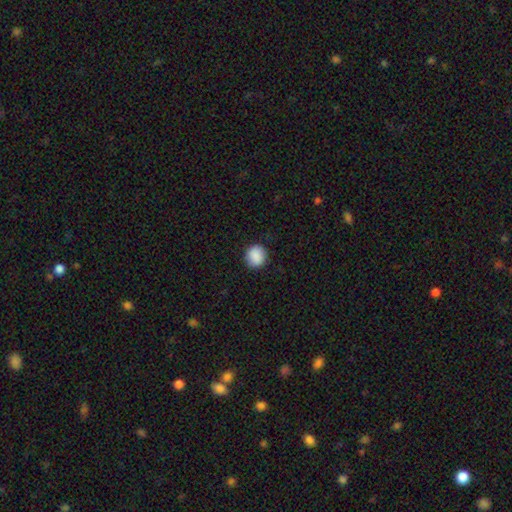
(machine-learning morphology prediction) Smooth or featured? smooth (89%)
How rounded? round (84%)
Merging? none (89%)